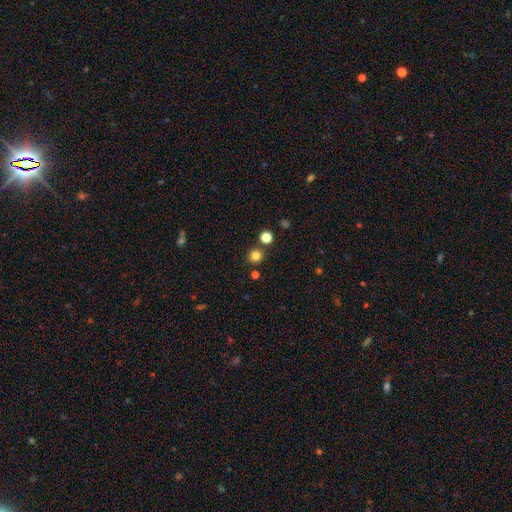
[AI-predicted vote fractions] Smooth or featured?
  - smooth: 80% *
  - star or artifact: 15%
  - featured or disk: 5%
How rounded?
  - round: 93% *
  - in between: 6%
  - cigar-shaped: 1%
Merging?
  - none: 85% *
  - merger: 7%
  - minor disturbance: 6%
  - major disturbance: 2%